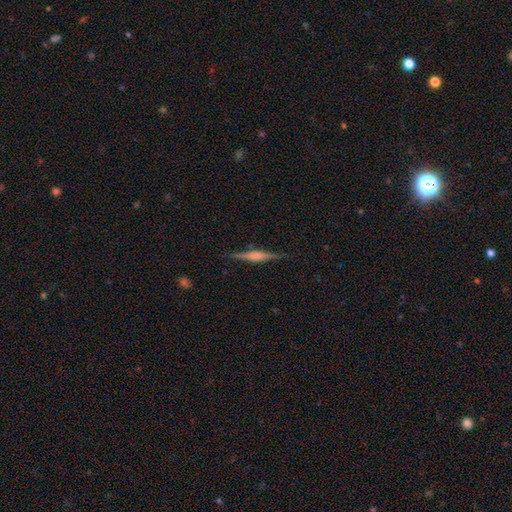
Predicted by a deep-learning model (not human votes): Overall: featured or disk (74%). Edge-on disk: yes (98%). Edge-on bulge: rounded (61%; boxy 30%). Merging: none (89%).